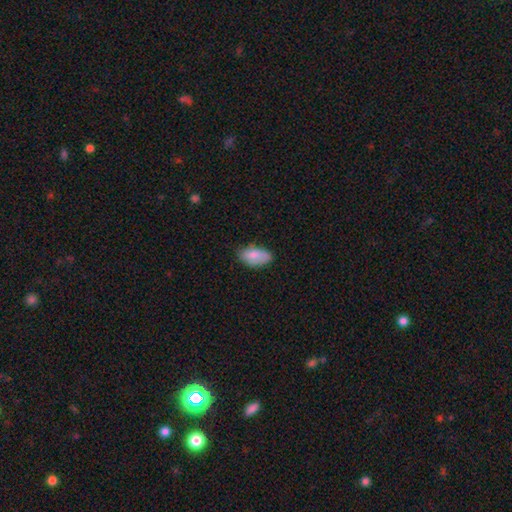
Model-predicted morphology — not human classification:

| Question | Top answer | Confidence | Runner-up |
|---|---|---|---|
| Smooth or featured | smooth | 84% | featured or disk (10%) |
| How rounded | in between | 93% | round (4%) |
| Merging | none | 70% | minor disturbance (24%) |